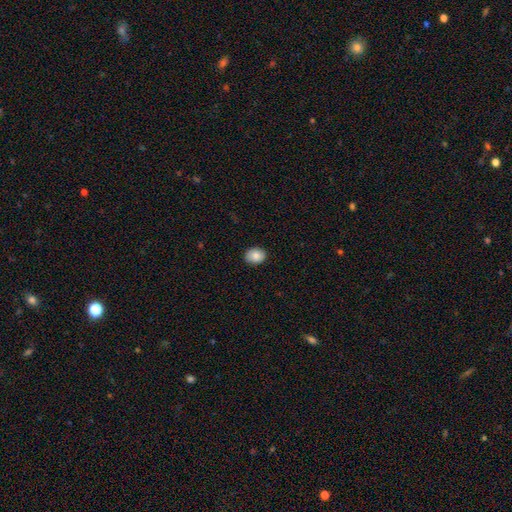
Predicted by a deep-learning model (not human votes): smooth_or_featured: smooth (p=0.84) [alt: featured or disk p=0.09]
how_rounded: in between (p=0.51) [alt: round p=0.48]
merging: none (p=0.88) [alt: minor disturbance p=0.09]